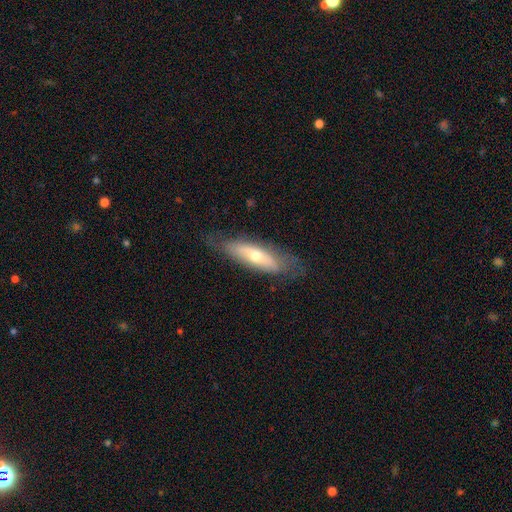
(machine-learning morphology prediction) smooth-or-featured: featured or disk: 47% | smooth: 46% | star or artifact: 7%
  merging: none: 73% | minor disturbance: 19% | major disturbance: 7% | merger: 1%